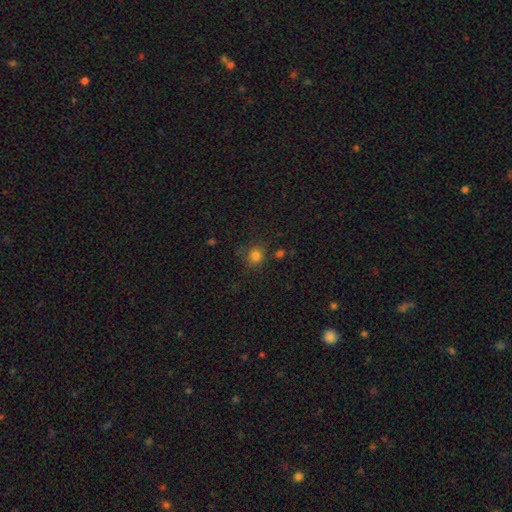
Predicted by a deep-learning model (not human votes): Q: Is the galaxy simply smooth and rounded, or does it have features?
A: smooth — 80%.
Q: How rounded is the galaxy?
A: round — 87%.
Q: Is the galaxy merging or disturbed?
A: none — 77%.